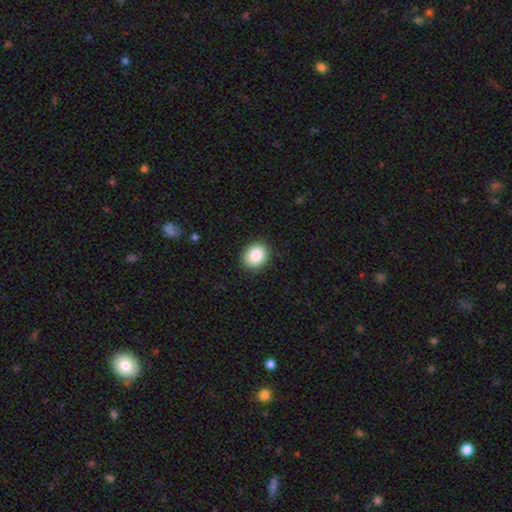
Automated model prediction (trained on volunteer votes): smooth 88%, star or artifact 8%, featured or disk 4%. Down the decision tree: how rounded — round (57%); merging — none (89%).